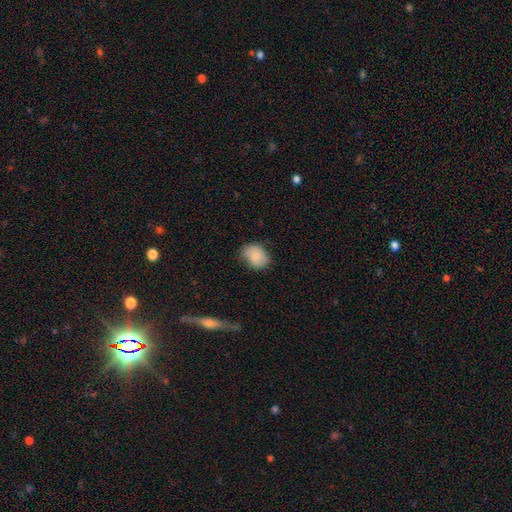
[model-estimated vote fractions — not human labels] smooth_or_featured: smooth (p=0.81) [alt: featured or disk p=0.11]
how_rounded: in between (p=0.60) [alt: round p=0.39]
merging: none (p=0.67) [alt: minor disturbance p=0.26]